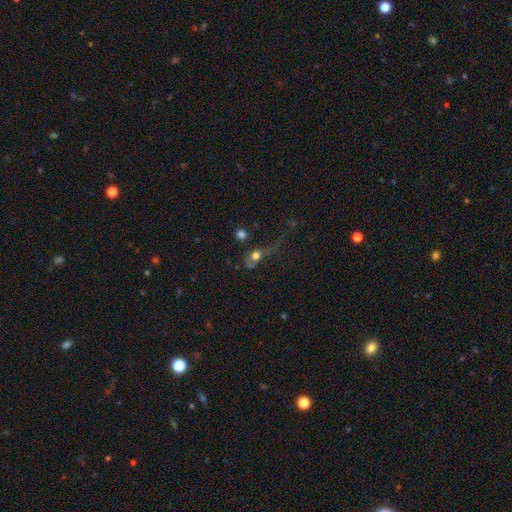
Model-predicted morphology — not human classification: smooth-or-featured: smooth: 62% | featured or disk: 22% | star or artifact: 16%
  how-rounded: round: 57% | in between: 36% | cigar-shaped: 7%
  merging: major disturbance: 43% | none: 25% | merger: 17% | minor disturbance: 15%